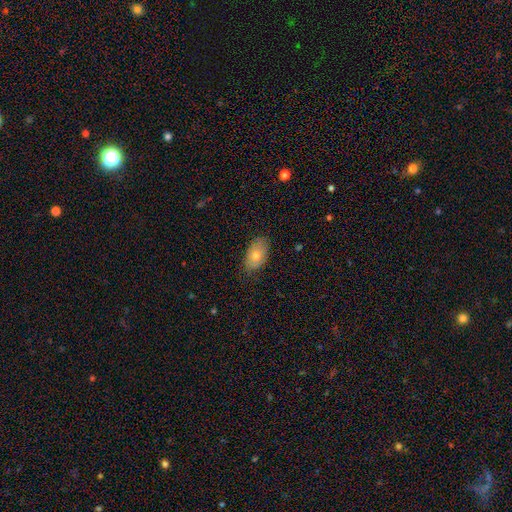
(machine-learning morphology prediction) This is likely a smooth galaxy (68%). How rounded: clearly in between (91%). Merging: likely none (79%).